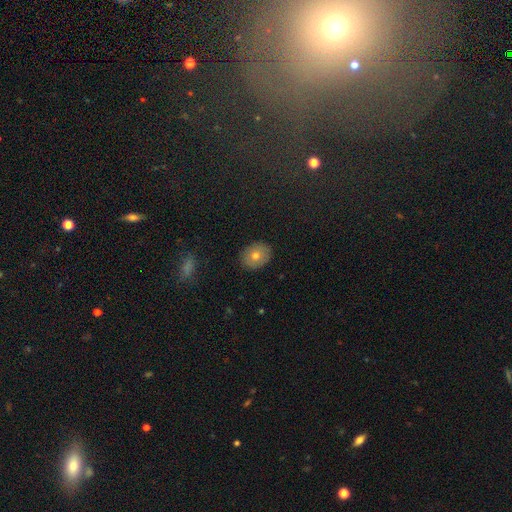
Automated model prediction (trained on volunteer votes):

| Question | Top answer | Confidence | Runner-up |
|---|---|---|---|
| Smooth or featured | smooth | 72% | featured or disk (17%) |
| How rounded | round | 52% | in between (47%) |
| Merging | none | 88% | minor disturbance (9%) |